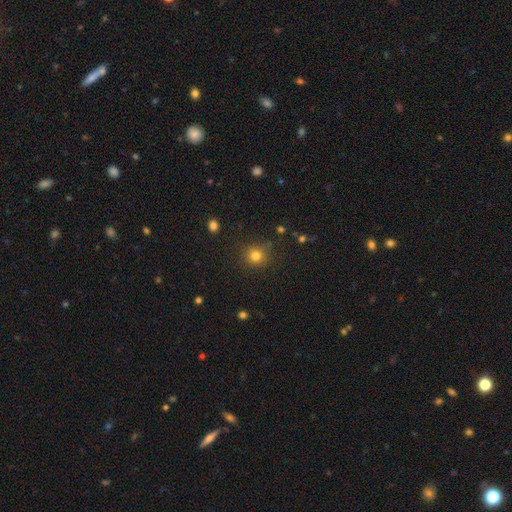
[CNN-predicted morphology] The model was most divided on "smooth or featured": smooth: 80%, star or artifact: 14%, featured or disk: 6%. More confident: how rounded — round (89%); merging — none (85%).